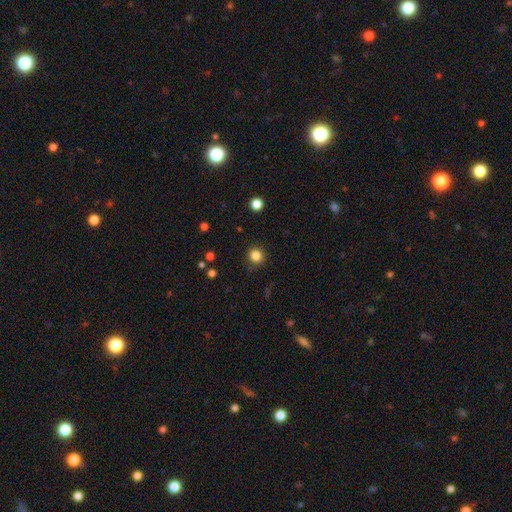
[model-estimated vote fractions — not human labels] This is clearly a smooth galaxy (84%). How rounded: clearly round (94%). Merging: clearly none (89%).